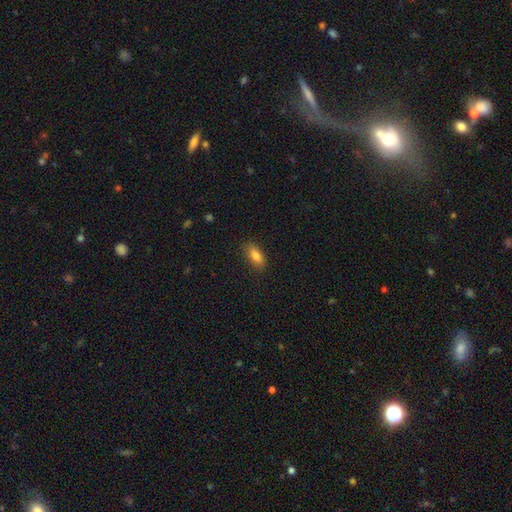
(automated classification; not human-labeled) smooth_or_featured: smooth (p=0.84) [alt: star or artifact p=0.08]
how_rounded: in between (p=0.82) [alt: cigar-shaped p=0.14]
merging: none (p=0.83) [alt: minor disturbance p=0.13]